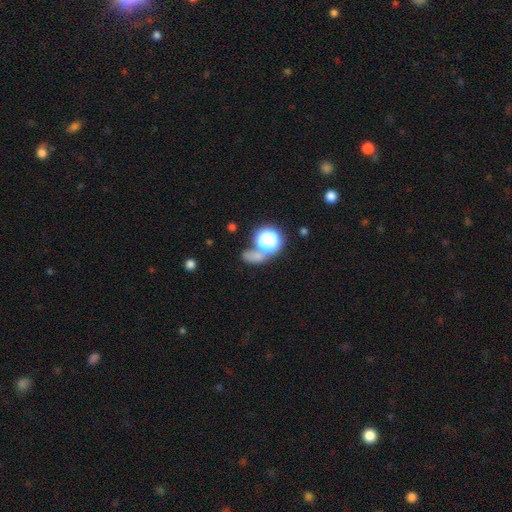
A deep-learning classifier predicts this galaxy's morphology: Overall: smooth (57%; star or artifact 32%). How rounded: round (53%; in between 43%). Merging: none (52%; merger 24%).